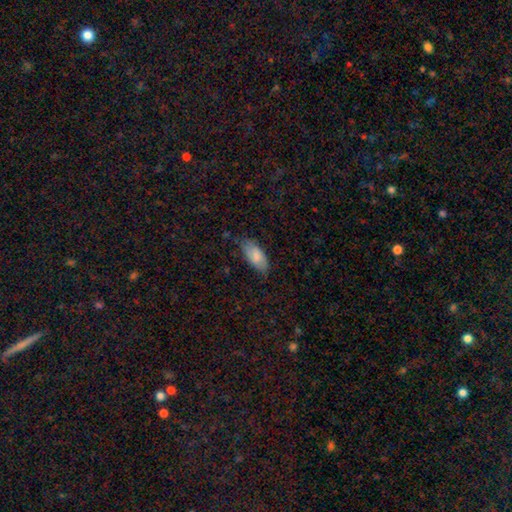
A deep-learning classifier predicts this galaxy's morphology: Smooth or featured? smooth (80%)
How rounded? in between (90%)
Merging? none (67%)